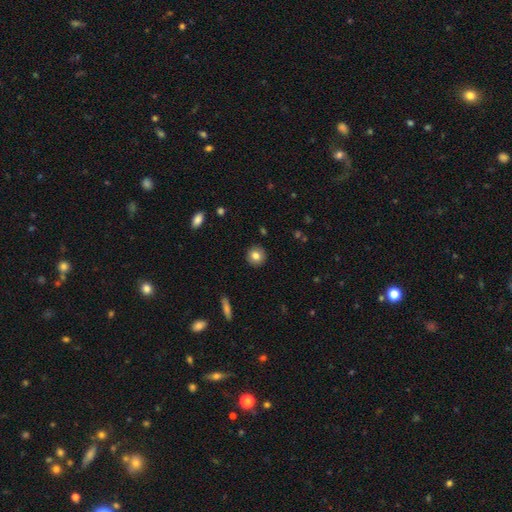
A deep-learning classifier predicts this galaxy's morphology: Smooth or featured? Predicted: smooth (p=0.82). How rounded? Predicted: round (p=0.92). Merging? Predicted: none (p=0.91).